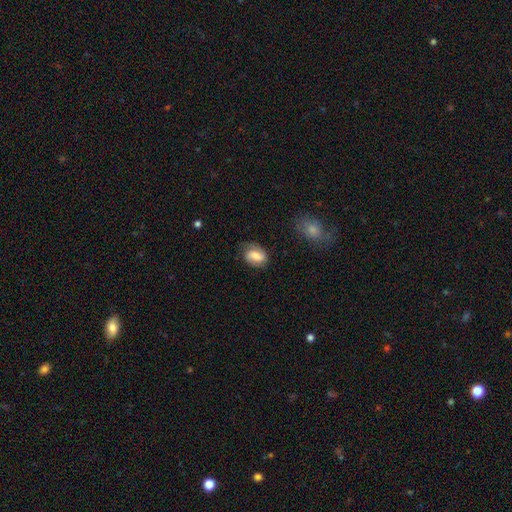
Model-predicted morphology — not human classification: A smooth galaxy with no disk features (56%) that is in between round and cigar-shaped (77%). Merging: none (72%).